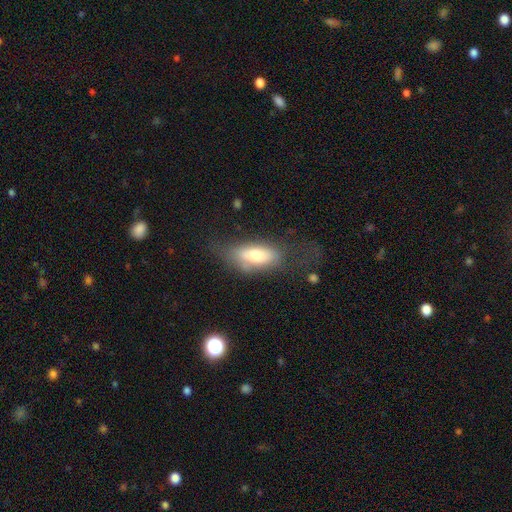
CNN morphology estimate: This appears to be a smooth galaxy with no disk features (66%) that is in between round and cigar-shaped (81%). Merging: none (43%).